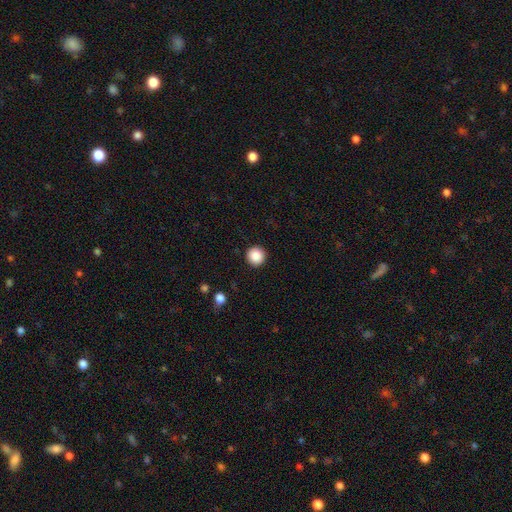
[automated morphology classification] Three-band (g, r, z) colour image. It shows a smooth galaxy with no disk features (88%) that is round (96%). Merging: none (92%).